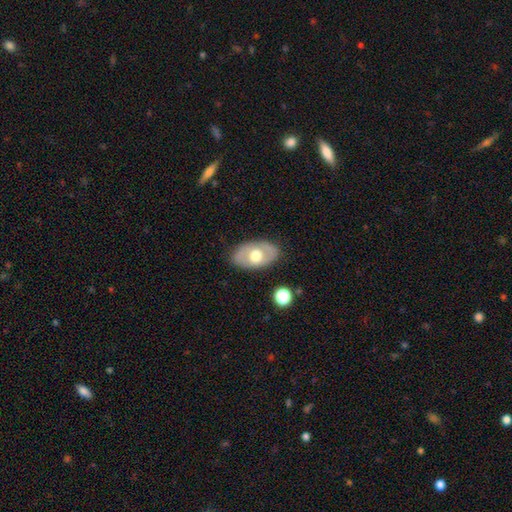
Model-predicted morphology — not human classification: A smooth galaxy with no disk features (50%) that is in between round and cigar-shaped (88%). Merging: none (83%).